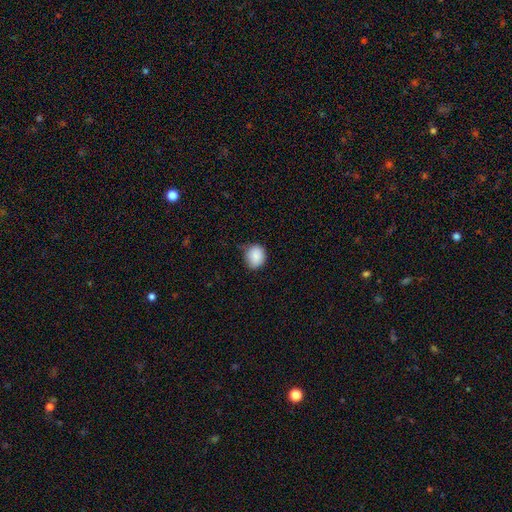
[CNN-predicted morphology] Overall: smooth (88%). How rounded: round (65%; in between 35%). Merging: none (71%).